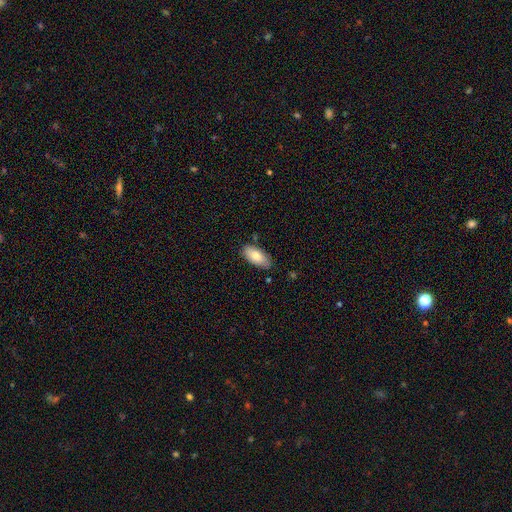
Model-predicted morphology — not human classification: This is likely a smooth galaxy (78%). How rounded: clearly in between (91%). Merging: likely none (80%).